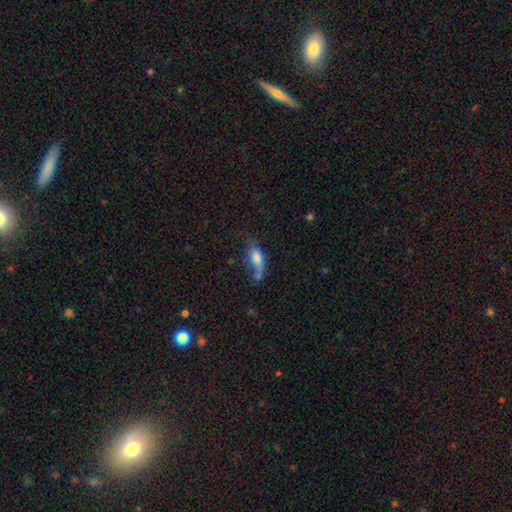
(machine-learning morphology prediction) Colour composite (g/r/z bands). It shows a smooth galaxy with no disk features (67%) that is in between round and cigar-shaped (71%). Merging: none (39%).